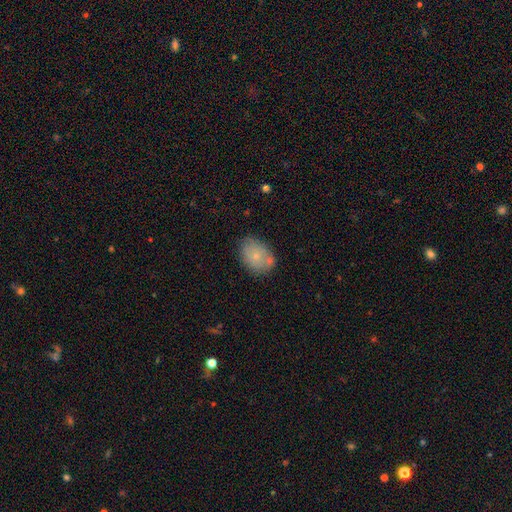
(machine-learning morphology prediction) This appears to be a smooth galaxy with no disk features (74%) that is in between round and cigar-shaped (73%). Merging: none (66%).